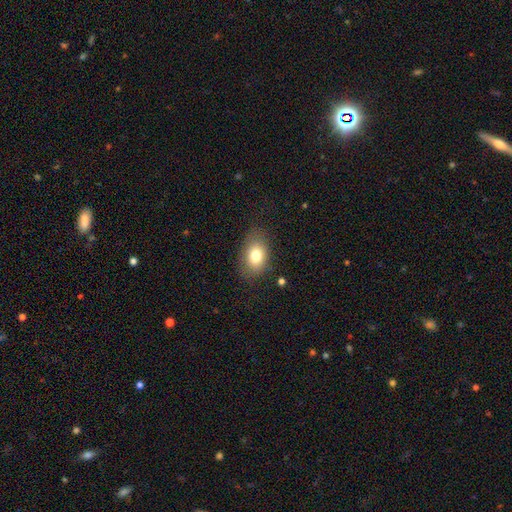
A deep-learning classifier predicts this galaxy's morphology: Overall: smooth (78%). How rounded: in between (79%). Merging: none (77%).